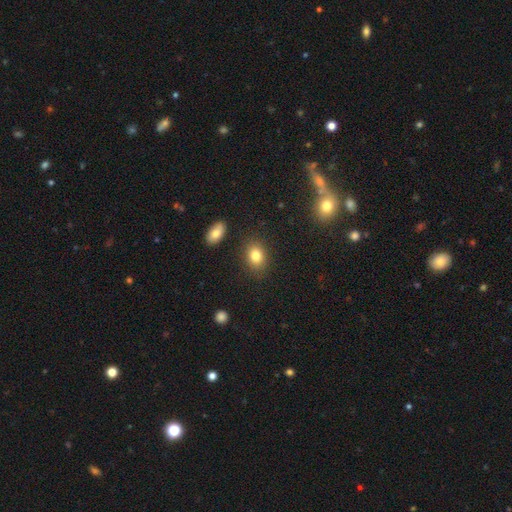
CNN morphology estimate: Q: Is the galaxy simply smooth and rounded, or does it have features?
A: smooth — 82%.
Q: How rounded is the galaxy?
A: in between — 67%.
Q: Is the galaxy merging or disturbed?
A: none — 84%.